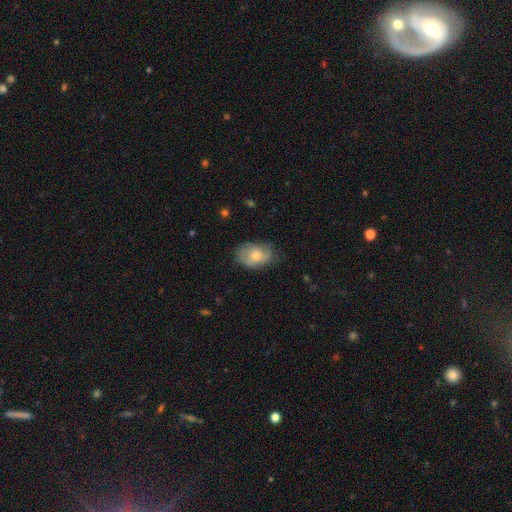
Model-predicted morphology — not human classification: smooth-or-featured: smooth: 61% | featured or disk: 32% | star or artifact: 7%
  how-rounded: in between: 83% | round: 16% | cigar-shaped: 1%
  merging: none: 59% | minor disturbance: 29% | major disturbance: 10% | merger: 1%